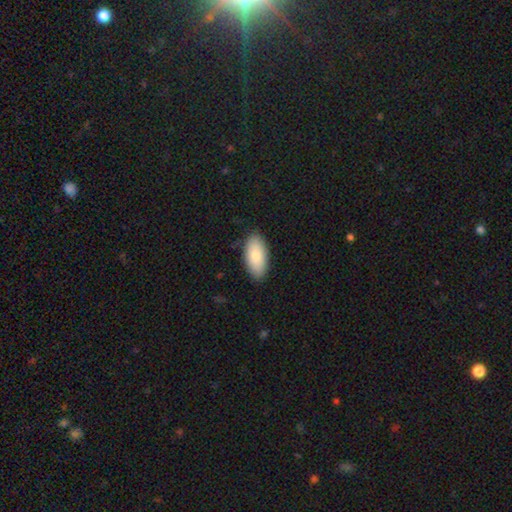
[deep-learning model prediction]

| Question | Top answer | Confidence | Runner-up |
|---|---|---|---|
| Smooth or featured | smooth | 84% | featured or disk (10%) |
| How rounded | in between | 93% | cigar-shaped (5%) |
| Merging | none | 86% | minor disturbance (11%) |